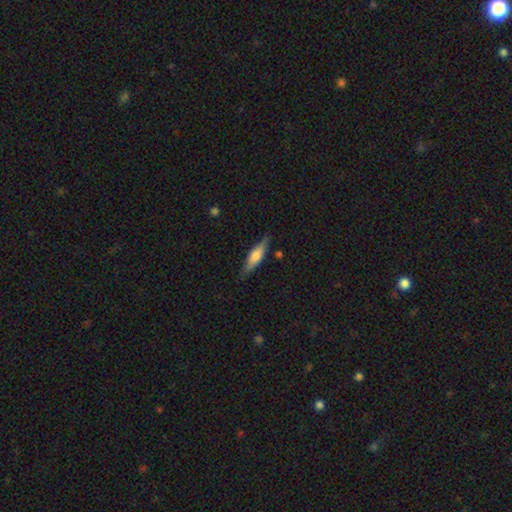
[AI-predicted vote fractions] This appears to be a smooth galaxy with no disk features (48%). Merging: none (83%).